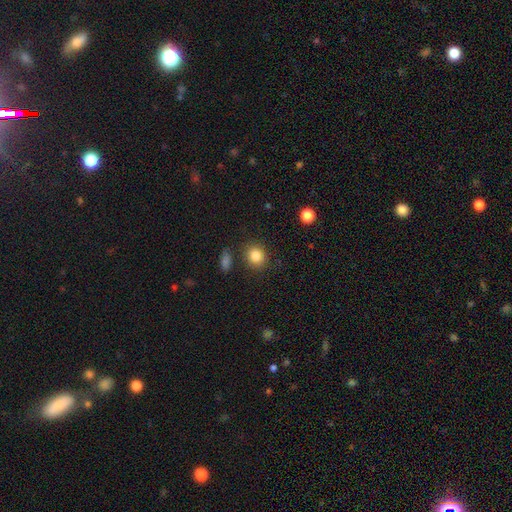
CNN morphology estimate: smooth 85%, star or artifact 10%, featured or disk 5%. Down the decision tree: how rounded — round (78%); merging — none (84%).